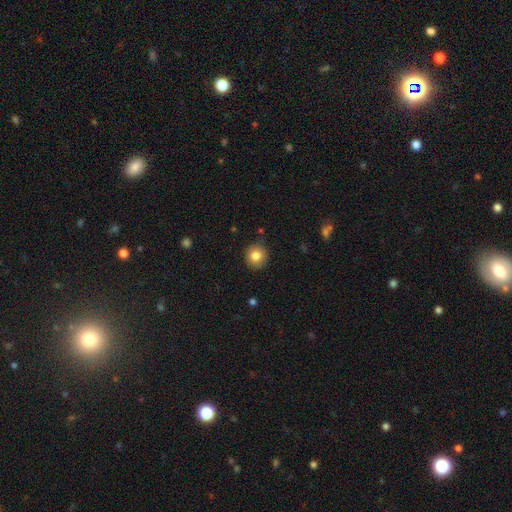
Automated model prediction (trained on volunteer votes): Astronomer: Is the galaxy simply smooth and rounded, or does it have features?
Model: smooth — 83%.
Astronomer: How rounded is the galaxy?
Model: round — 91%.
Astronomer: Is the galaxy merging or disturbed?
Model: none — 88%.